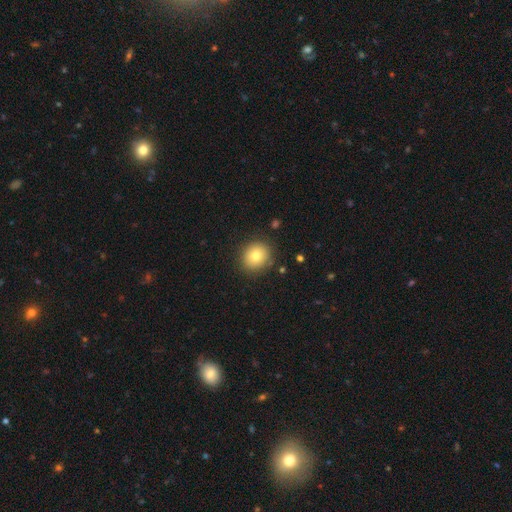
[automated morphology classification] This appears to be a smooth galaxy with no disk features (79%) that is round (83%). Merging: none (87%).